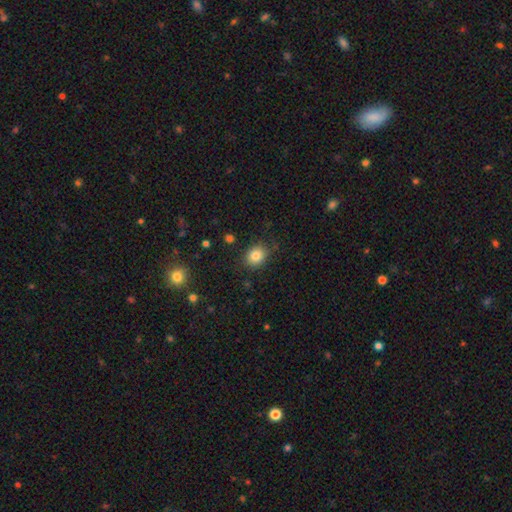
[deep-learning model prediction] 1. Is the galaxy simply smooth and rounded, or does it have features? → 83% smooth, 10% star or artifact, 7% featured or disk.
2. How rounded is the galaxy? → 58% round, 41% in between, 1% cigar-shaped.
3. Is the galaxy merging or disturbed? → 84% none, 11% minor disturbance, 3% major disturbance, 2% merger.